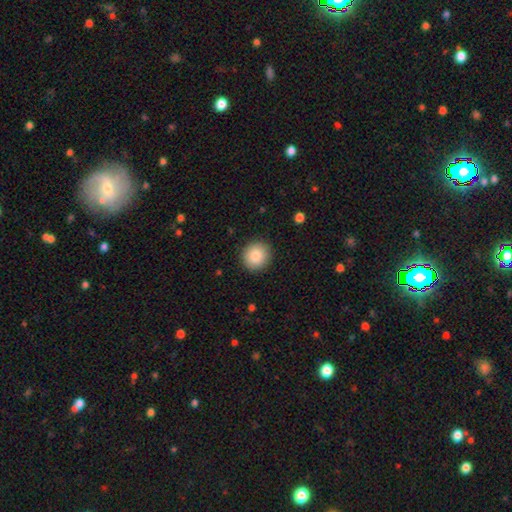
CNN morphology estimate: smooth-or-featured: smooth: 85% | star or artifact: 8% | featured or disk: 7%
  how-rounded: round: 91% | in between: 8% | cigar-shaped: 1%
  merging: none: 90% | minor disturbance: 7% | major disturbance: 2% | merger: 1%